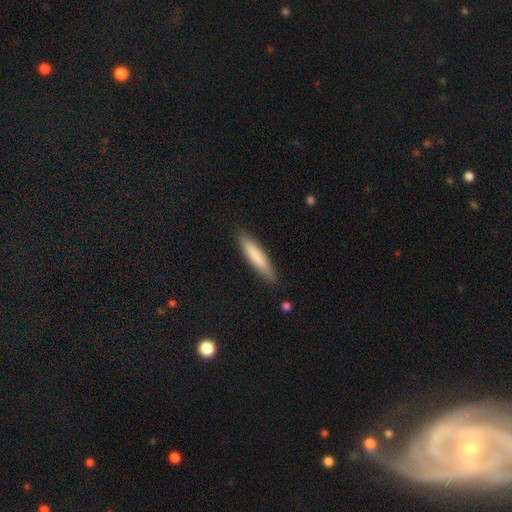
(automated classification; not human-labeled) smooth 79%, featured or disk 16%, star or artifact 6%. Down the decision tree: how rounded — cigar-shaped (88%); merging — none (88%).